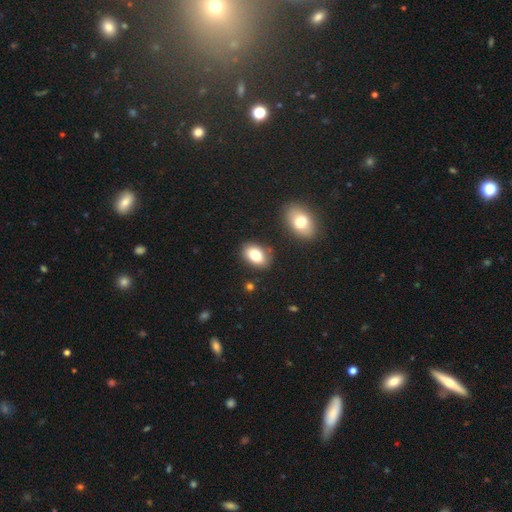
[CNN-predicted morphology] Smooth or featured? Predicted: smooth (p=0.80). How rounded? Predicted: in between (p=0.87). Merging? Predicted: none (p=0.82).